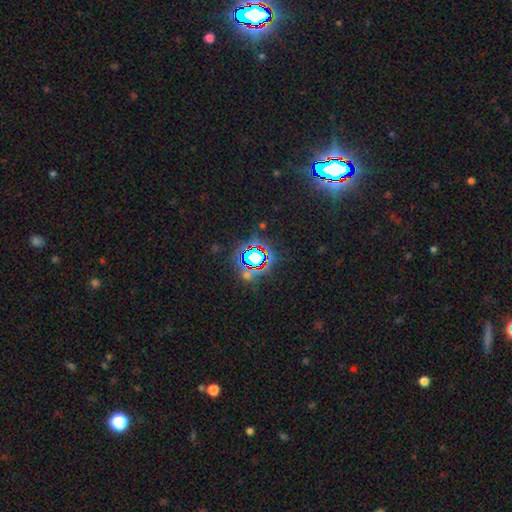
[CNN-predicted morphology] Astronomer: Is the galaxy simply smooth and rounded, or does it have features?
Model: star or artifact — 75%.